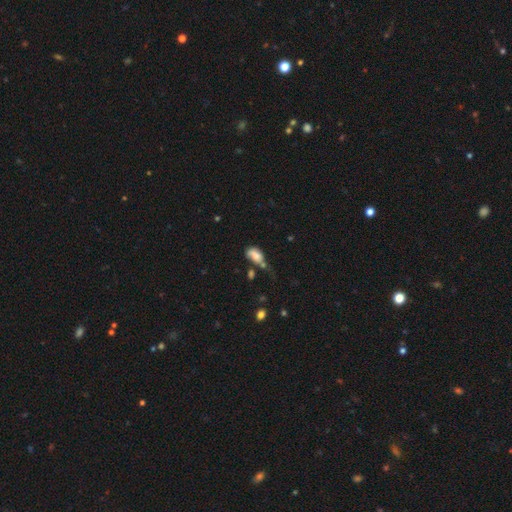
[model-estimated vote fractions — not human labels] Overall: smooth (71%). How rounded: in between (88%). Merging: minor disturbance (28%; none 27%).